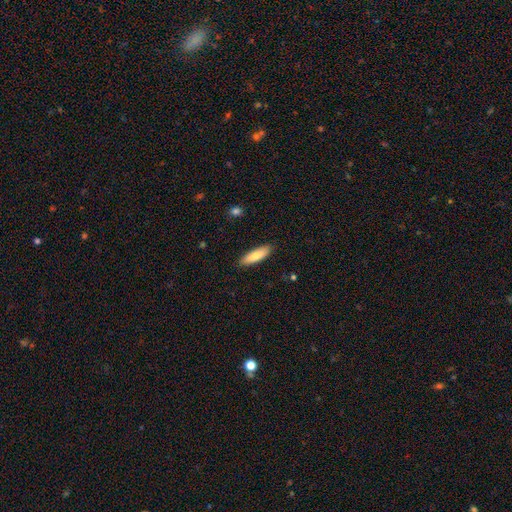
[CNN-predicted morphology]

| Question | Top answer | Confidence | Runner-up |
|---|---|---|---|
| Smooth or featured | smooth | 79% | featured or disk (15%) |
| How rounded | cigar-shaped | 55% | in between (43%) |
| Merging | none | 89% | minor disturbance (9%) |